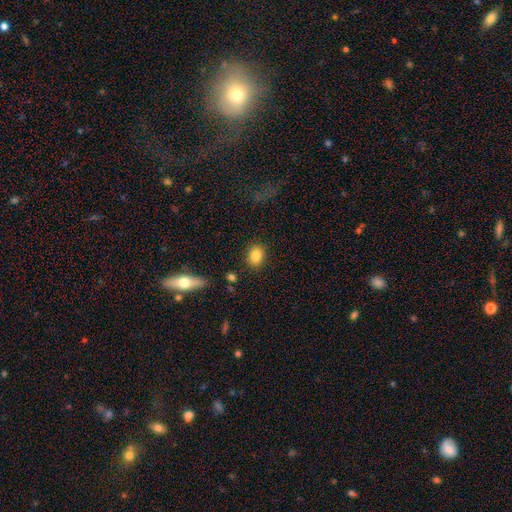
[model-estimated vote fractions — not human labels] Q: Smooth or featured?
A: smooth (85%); runner-up: star or artifact (9%)
Q: How rounded?
A: in between (56%); runner-up: round (43%)
Q: Merging?
A: none (87%); runner-up: minor disturbance (9%)